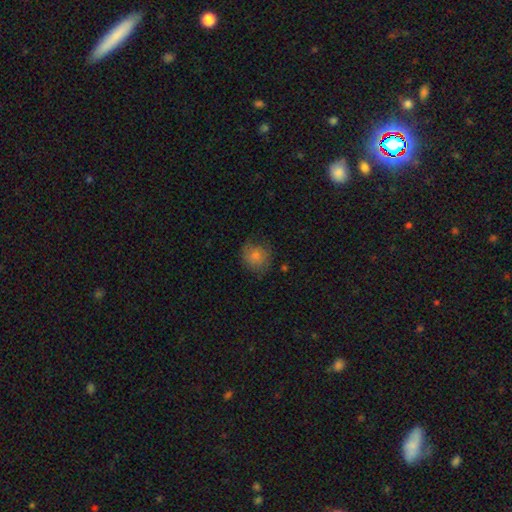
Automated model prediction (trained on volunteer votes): smooth 73%, featured or disk 17%, star or artifact 11%. Down the decision tree: how rounded — round (84%); merging — none (72%).